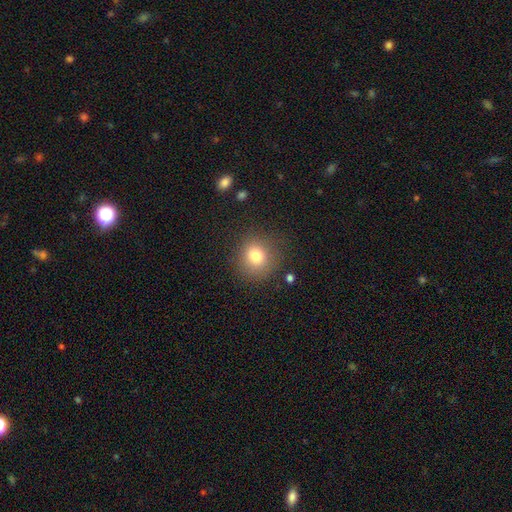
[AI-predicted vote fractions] Q: Smooth or featured?
A: smooth (79%); runner-up: star or artifact (13%)
Q: How rounded?
A: round (89%); runner-up: in between (11%)
Q: Merging?
A: none (85%); runner-up: minor disturbance (10%)